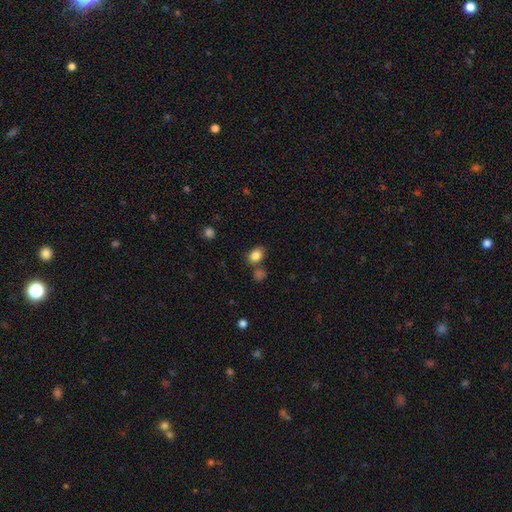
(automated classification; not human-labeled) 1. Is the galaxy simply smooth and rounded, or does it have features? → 84% smooth, 10% star or artifact, 6% featured or disk.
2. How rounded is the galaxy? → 65% in between, 33% round, 1% cigar-shaped.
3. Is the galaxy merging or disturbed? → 65% none, 16% merger, 14% minor disturbance, 5% major disturbance.